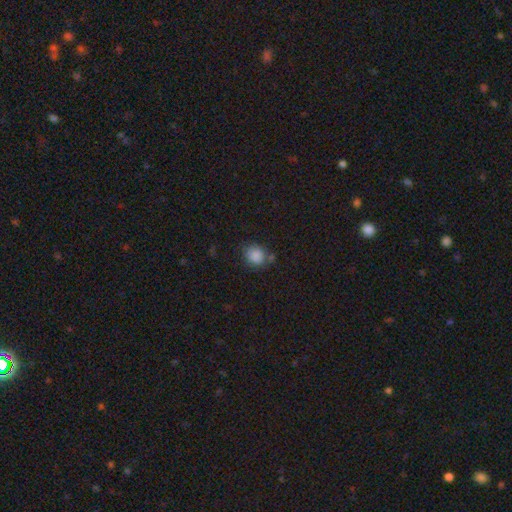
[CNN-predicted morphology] smooth 86%, star or artifact 9%, featured or disk 4%. Down the decision tree: how rounded — round (76%); merging — none (73%).